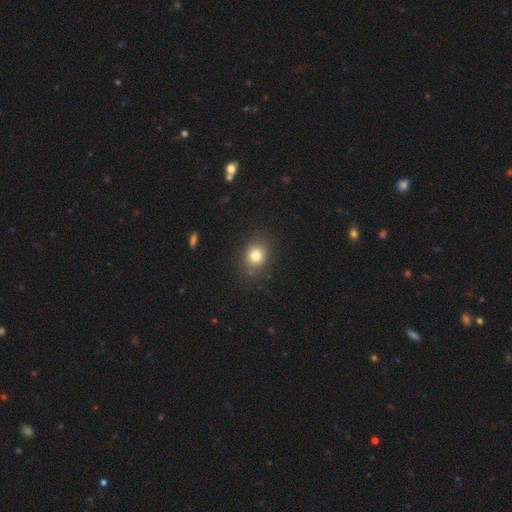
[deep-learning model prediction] Smooth or featured? Predicted: smooth (p=0.78). How rounded? Predicted: round (p=0.59). Merging? Predicted: none (p=0.82).